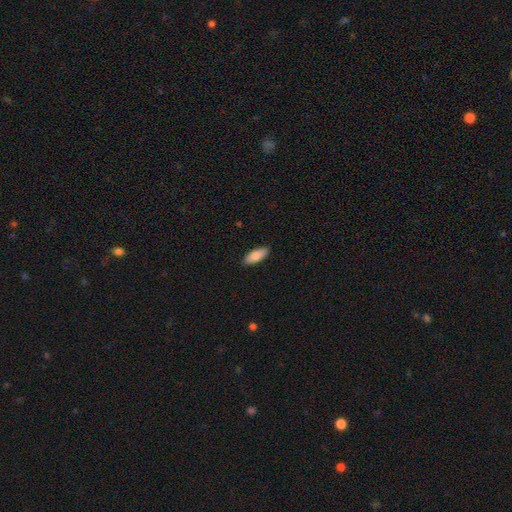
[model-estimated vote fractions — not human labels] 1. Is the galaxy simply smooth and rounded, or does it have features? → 84% smooth, 11% featured or disk, 6% star or artifact.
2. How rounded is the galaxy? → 76% in between, 22% cigar-shaped, 2% round.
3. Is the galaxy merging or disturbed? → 89% none, 9% minor disturbance, 2% major disturbance, 1% merger.